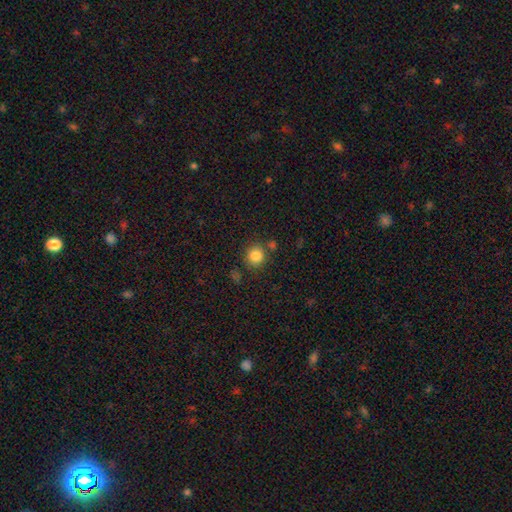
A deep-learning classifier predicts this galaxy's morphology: Q: Smooth or featured?
A: smooth (84%); runner-up: star or artifact (11%)
Q: How rounded?
A: round (89%); runner-up: in between (10%)
Q: Merging?
A: none (79%); runner-up: minor disturbance (9%)